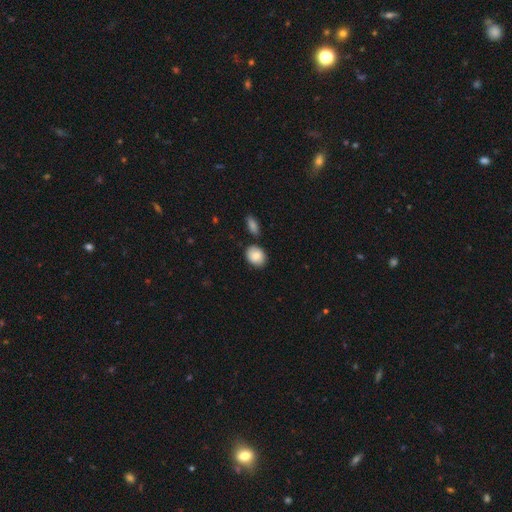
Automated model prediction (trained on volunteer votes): Smooth or featured: smooth — 83% (featured or disk — 10%)
How rounded: in between — 52% (round — 47%)
Merging: none — 77% (minor disturbance — 13%)